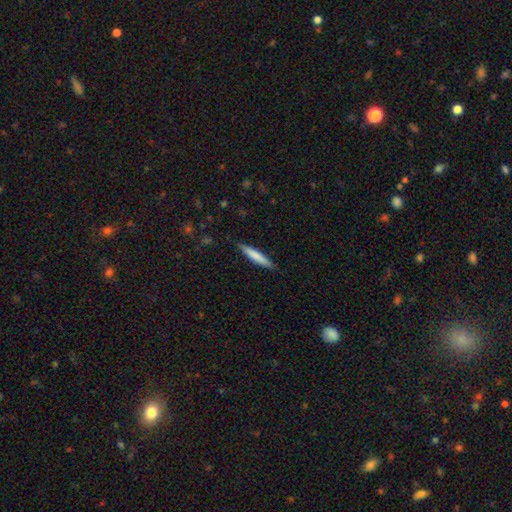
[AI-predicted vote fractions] Morphology: type=smooth (76%); roundness=cigar-shaped (91%); merging=none (86%).